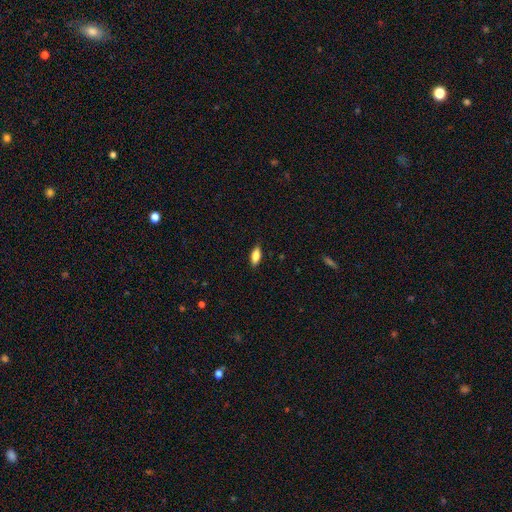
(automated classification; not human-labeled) The model was most divided on "how rounded": in between: 77%, cigar-shaped: 21%, round: 3%. More confident: merging — none (86%); smooth or featured — smooth (81%).